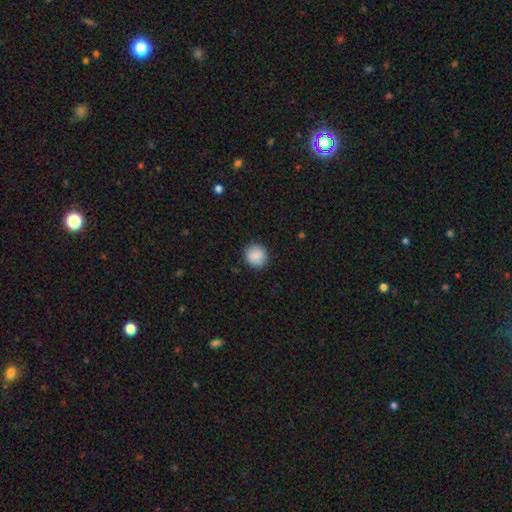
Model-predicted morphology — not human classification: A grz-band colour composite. It shows a smooth galaxy with no disk features (89%) that is round (90%). Merging: none (90%).